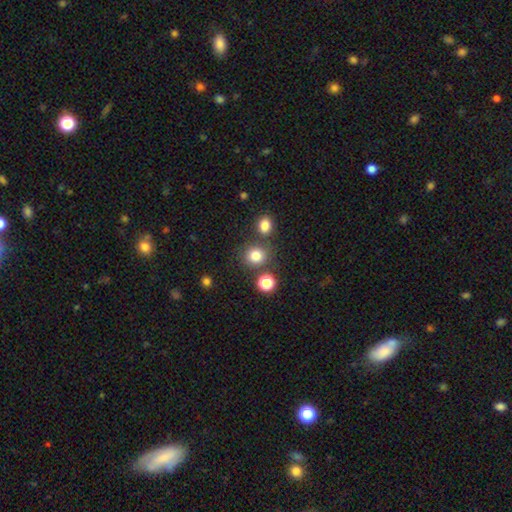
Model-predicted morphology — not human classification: This appears to be a smooth galaxy with no disk features (81%) that is round (83%). Merging: none (74%).